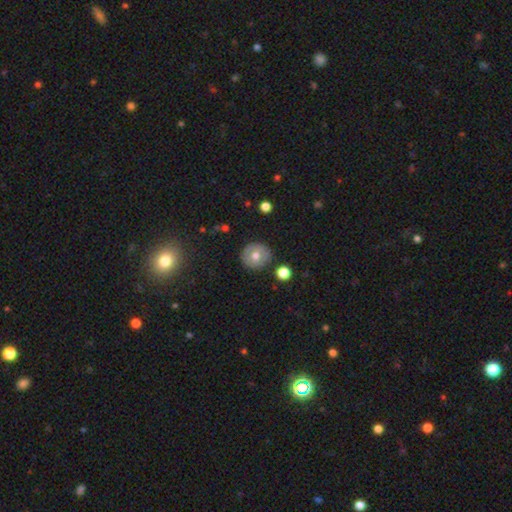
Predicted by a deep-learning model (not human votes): Smooth or featured? Predicted: smooth (p=0.64). How rounded? Predicted: round (p=0.90). Merging? Predicted: none (p=0.87).